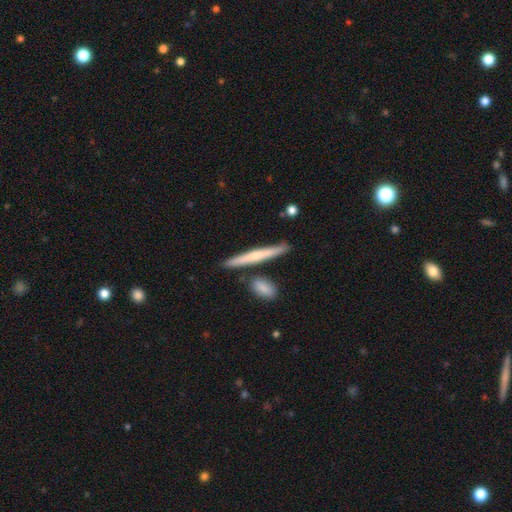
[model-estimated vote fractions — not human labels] This appears to be a featured or disk galaxy (53%) viewed edge-on (96%) with a rounded central bulge (51%). Merging: none (81%).